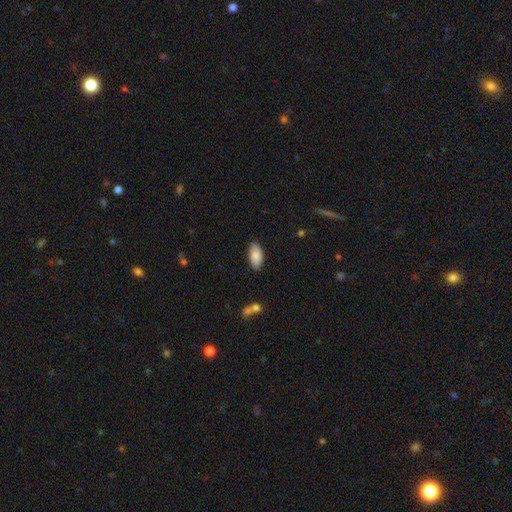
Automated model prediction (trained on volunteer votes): Smooth or featured? smooth (87%)
How rounded? in between (94%)
Merging? none (86%)